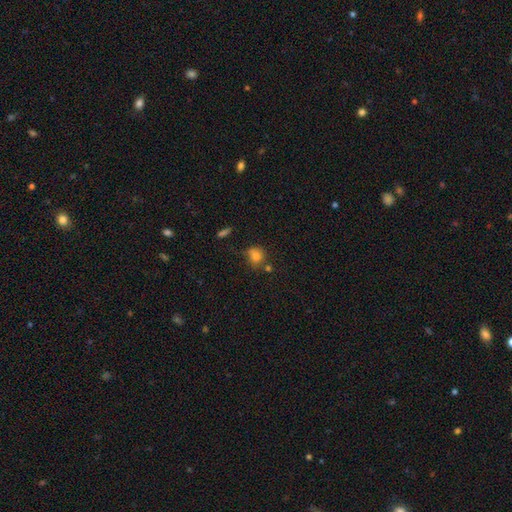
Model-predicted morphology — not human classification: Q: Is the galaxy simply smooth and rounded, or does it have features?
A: smooth — 78%.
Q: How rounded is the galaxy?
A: round — 73%.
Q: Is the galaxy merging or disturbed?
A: none — 55%.